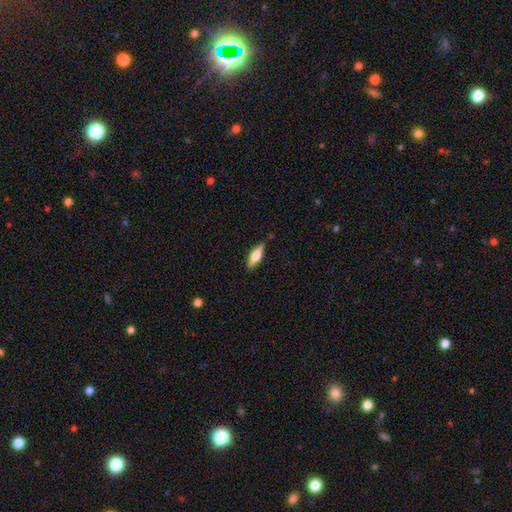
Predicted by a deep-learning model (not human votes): A smooth galaxy with no disk features (48%).

Vote fractions:
- Smooth or featured? smooth: 48% / featured or disk: 46% / star or artifact: 6%
- Merging? none: 87% / minor disturbance: 10% / major disturbance: 2% / merger: 2%